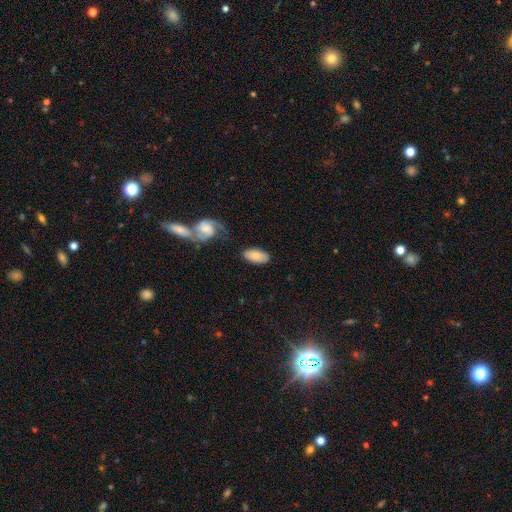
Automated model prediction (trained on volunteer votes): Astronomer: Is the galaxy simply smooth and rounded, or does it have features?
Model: smooth — 79%.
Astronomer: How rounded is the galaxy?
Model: in between — 94%.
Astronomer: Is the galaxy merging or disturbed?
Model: none — 72%.